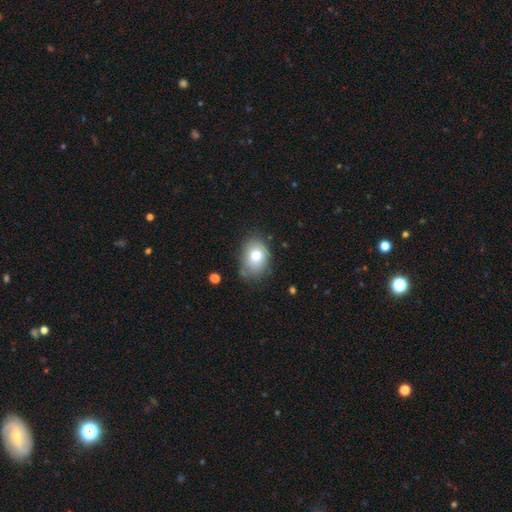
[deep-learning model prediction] Morphology: type=smooth (79%); roundness=in between (73%); merging=none (66%).